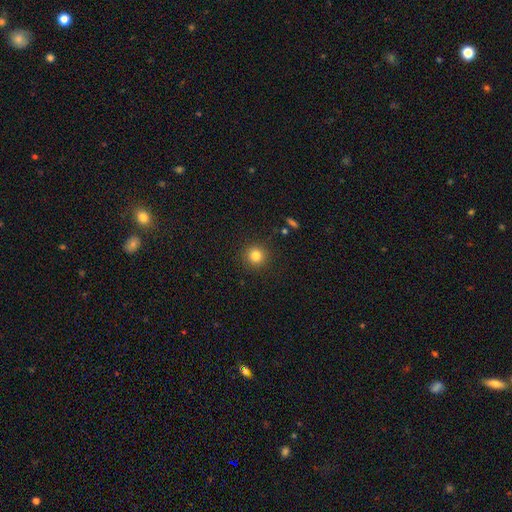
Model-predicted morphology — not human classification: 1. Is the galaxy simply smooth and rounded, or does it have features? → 82% smooth, 13% star or artifact, 6% featured or disk.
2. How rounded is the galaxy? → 94% round, 5% in between, 1% cigar-shaped.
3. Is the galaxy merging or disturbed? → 91% none, 6% minor disturbance, 2% major disturbance, 1% merger.